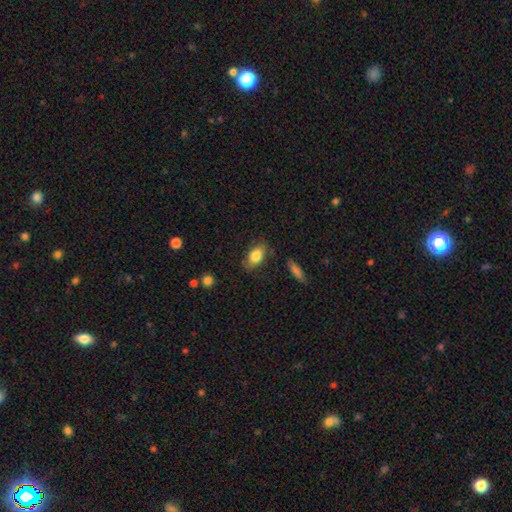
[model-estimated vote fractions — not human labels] Smooth or featured? Predicted: smooth (p=0.79). How rounded? Predicted: in between (p=0.87). Merging? Predicted: none (p=0.72).